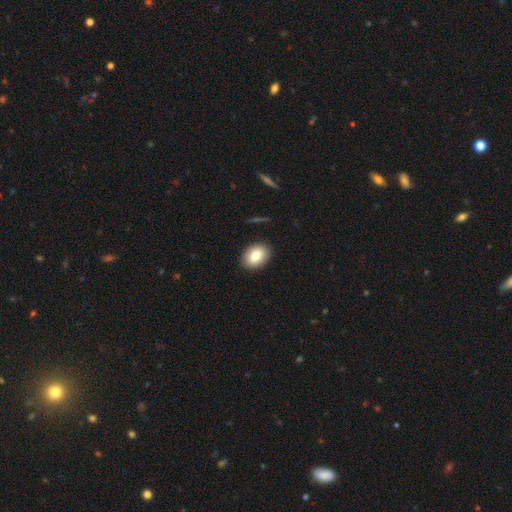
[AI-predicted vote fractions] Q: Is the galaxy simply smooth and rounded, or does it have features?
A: smooth — 80%.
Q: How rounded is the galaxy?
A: in between — 75%.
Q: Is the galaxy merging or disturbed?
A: none — 89%.